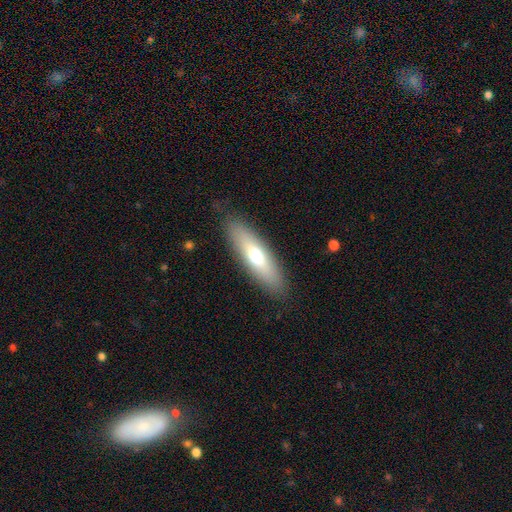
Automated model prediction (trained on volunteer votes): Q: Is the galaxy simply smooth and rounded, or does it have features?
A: smooth — 65%.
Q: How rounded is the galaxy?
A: cigar-shaped — 53%.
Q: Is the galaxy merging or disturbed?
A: none — 87%.